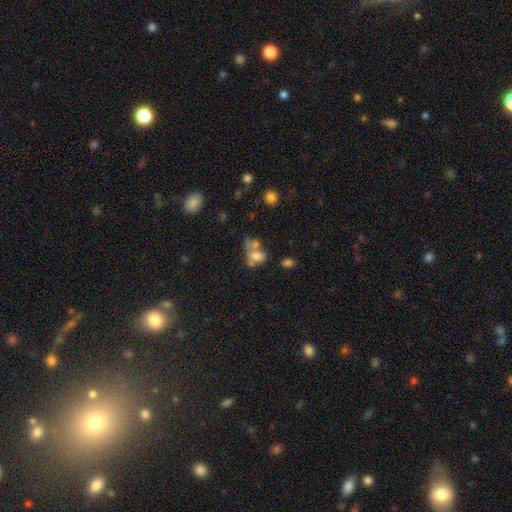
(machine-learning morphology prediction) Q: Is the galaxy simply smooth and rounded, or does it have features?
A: smooth — 65%.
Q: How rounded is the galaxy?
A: in between — 72%.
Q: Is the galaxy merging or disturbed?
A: merger — 45%.